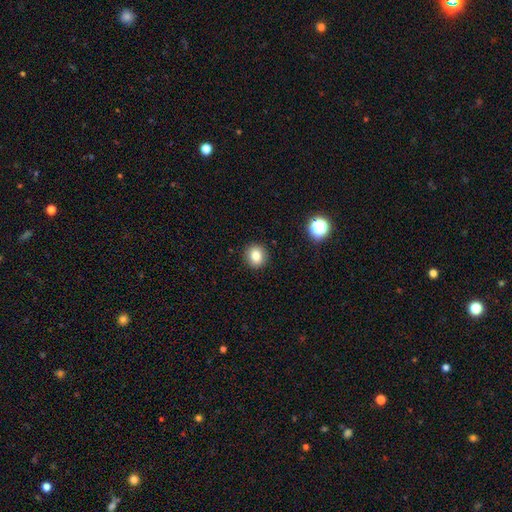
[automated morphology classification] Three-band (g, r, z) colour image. It shows a smooth galaxy with no disk features (82%) that is round (86%). Merging: none (91%).